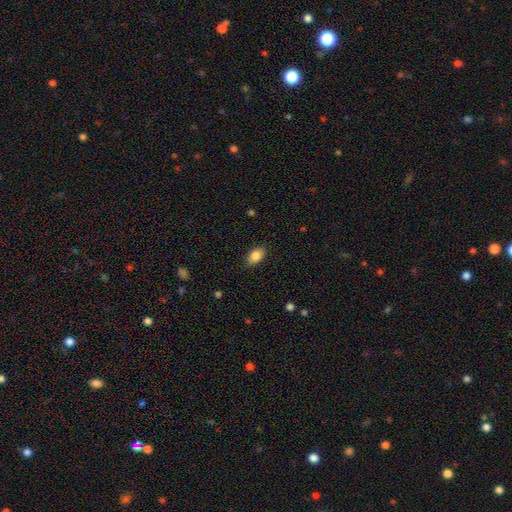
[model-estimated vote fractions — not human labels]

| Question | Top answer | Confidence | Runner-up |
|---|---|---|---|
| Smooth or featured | smooth | 86% | star or artifact (8%) |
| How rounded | in between | 89% | round (9%) |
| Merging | none | 84% | minor disturbance (12%) |